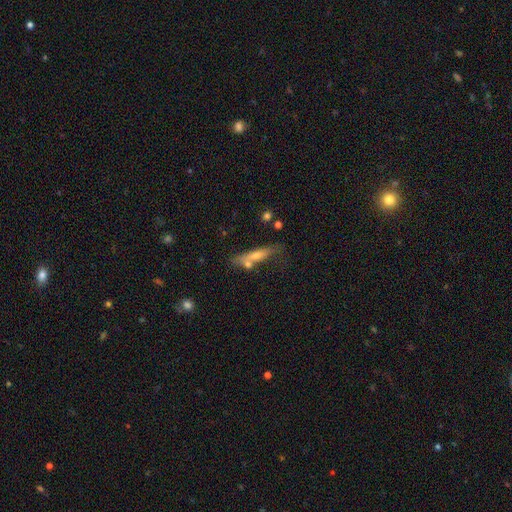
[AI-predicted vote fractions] smooth 50%, featured or disk 41%, star or artifact 9%. Down the decision tree: merging — none (52%).